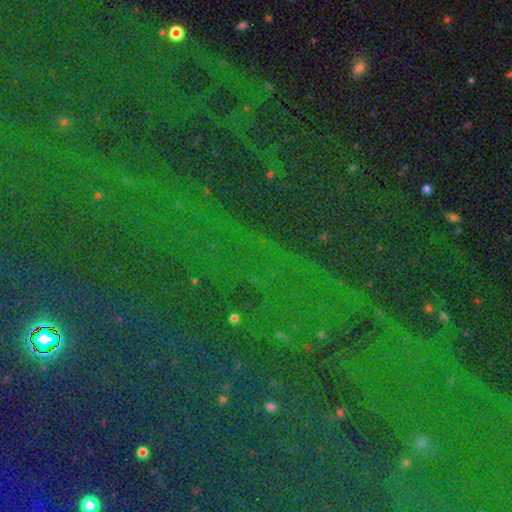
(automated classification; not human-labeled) Smooth or featured?
  - star or artifact: 84% *
  - smooth: 8%
  - featured or disk: 7%